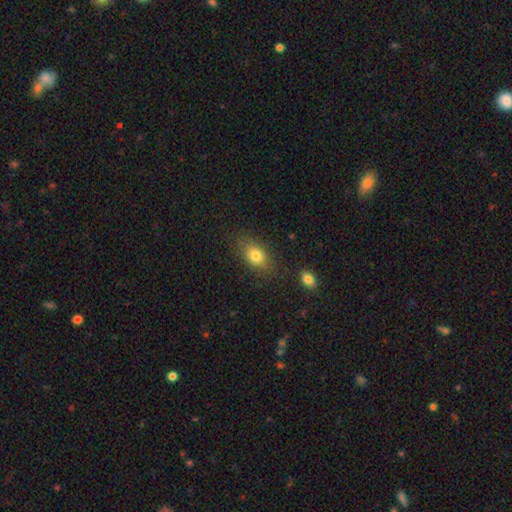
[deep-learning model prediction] smooth_or_featured: smooth (p=0.79) [alt: featured or disk p=0.11]
how_rounded: in between (p=0.75) [alt: round p=0.22]
merging: none (p=0.78) [alt: minor disturbance p=0.15]